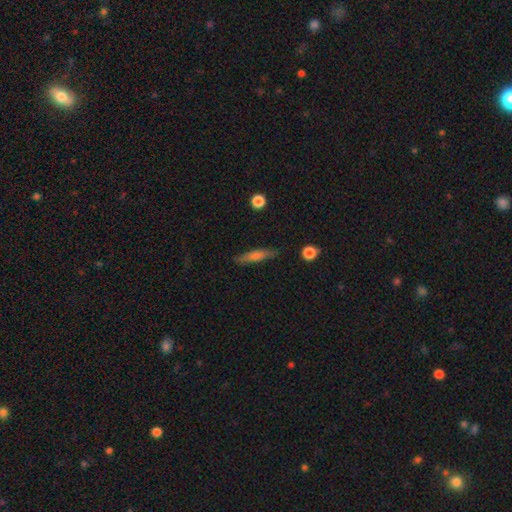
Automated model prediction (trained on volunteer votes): A smooth galaxy with no disk features (54%) that is cigar-shaped (85%). Merging: none (87%).